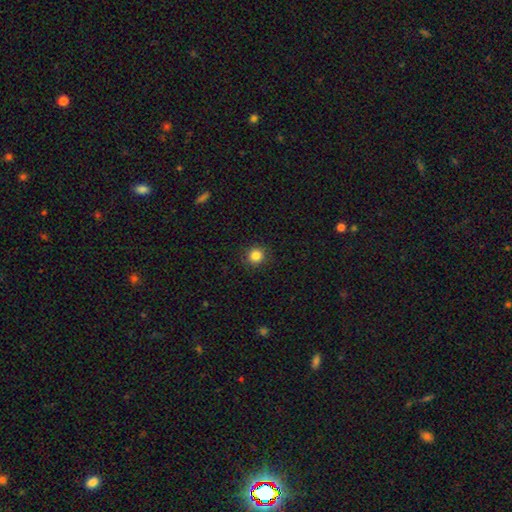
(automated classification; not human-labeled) Smooth or featured? Predicted: smooth (p=0.85). How rounded? Predicted: round (p=0.93). Merging? Predicted: none (p=0.91).